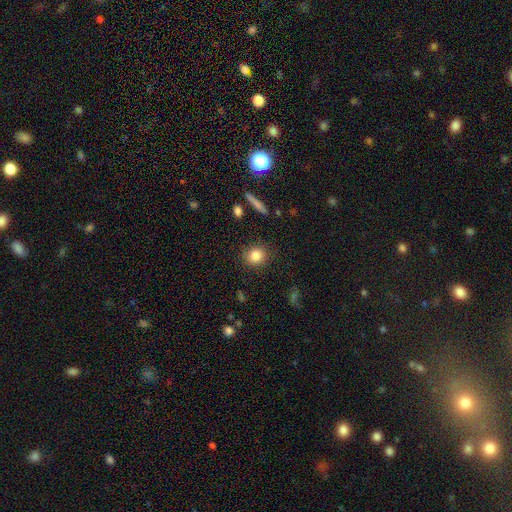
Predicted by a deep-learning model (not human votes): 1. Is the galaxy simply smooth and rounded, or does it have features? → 83% smooth, 10% star or artifact, 7% featured or disk.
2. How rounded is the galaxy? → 82% round, 16% in between, 1% cigar-shaped.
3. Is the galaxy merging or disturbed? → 87% none, 9% minor disturbance, 3% major disturbance, 2% merger.